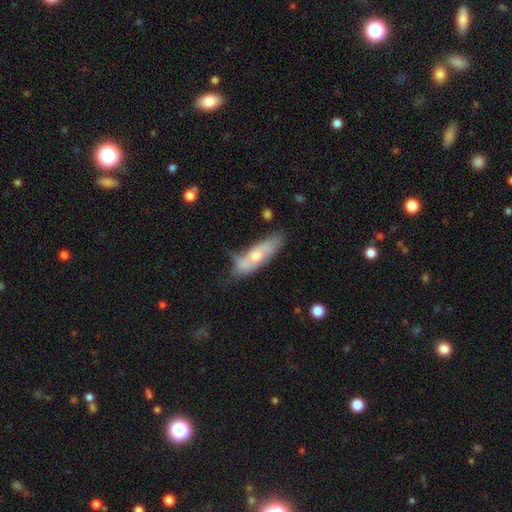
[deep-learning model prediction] Overall: smooth (48%; featured or disk 46%). Merging: none (53%; minor disturbance 29%).